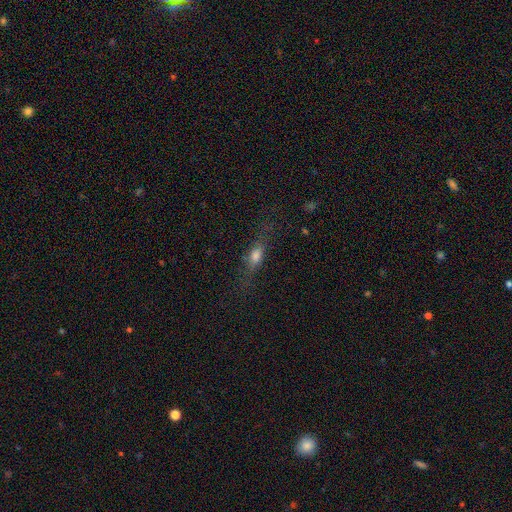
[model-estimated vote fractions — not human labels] smooth 64%, featured or disk 25%, star or artifact 11%. Down the decision tree: how rounded — in between (49%); merging — none (68%).